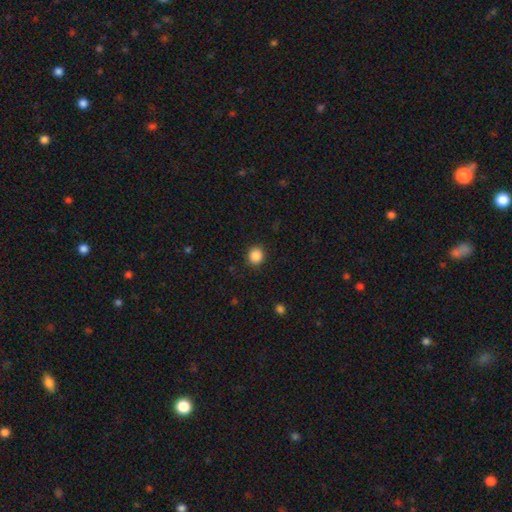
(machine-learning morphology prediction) Smooth or featured? smooth (87%)
How rounded? round (86%)
Merging? none (90%)